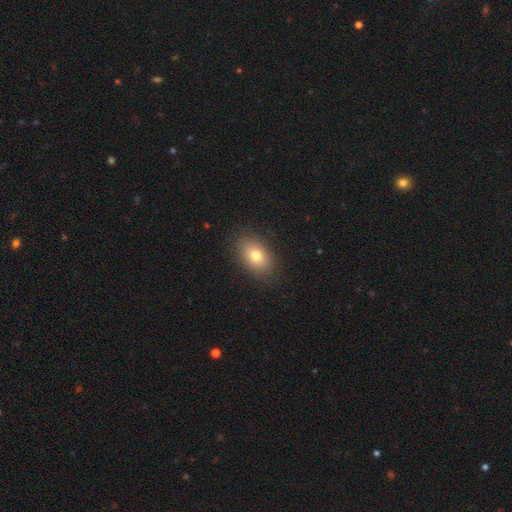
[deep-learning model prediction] Smooth or featured? Predicted: smooth (p=0.79). How rounded? Predicted: in between (p=0.84). Merging? Predicted: none (p=0.87).